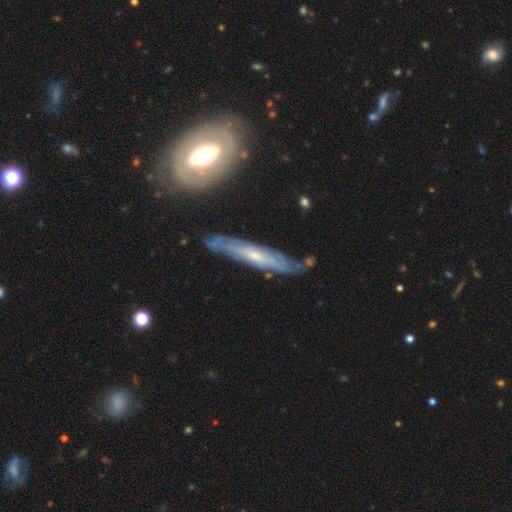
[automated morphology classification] Smooth or featured? featured or disk (71%)
Edge-on disk? no (51%)
Merging? none (73%)